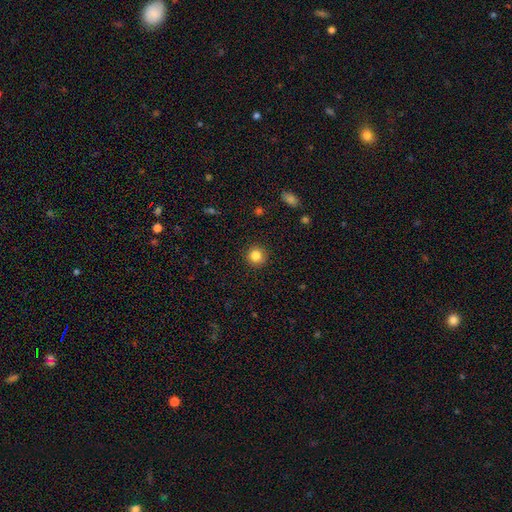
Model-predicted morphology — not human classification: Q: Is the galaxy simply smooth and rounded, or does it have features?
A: smooth — 85%.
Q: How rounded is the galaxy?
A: round — 94%.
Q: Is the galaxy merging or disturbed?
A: none — 91%.